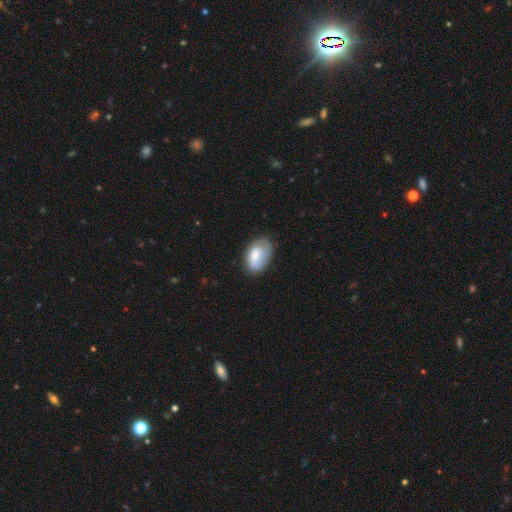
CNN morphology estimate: This appears to be a smooth galaxy with no disk features (72%) that is in between round and cigar-shaped (91%). Merging: none (59%).